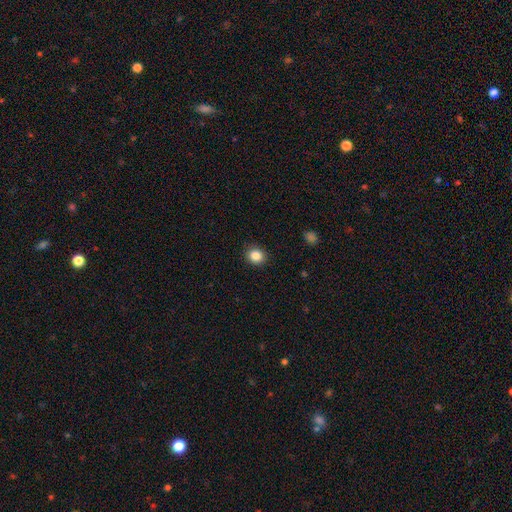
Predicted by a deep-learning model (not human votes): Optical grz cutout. It shows a smooth galaxy with no disk features (86%) that is round (80%). Merging: none (90%).